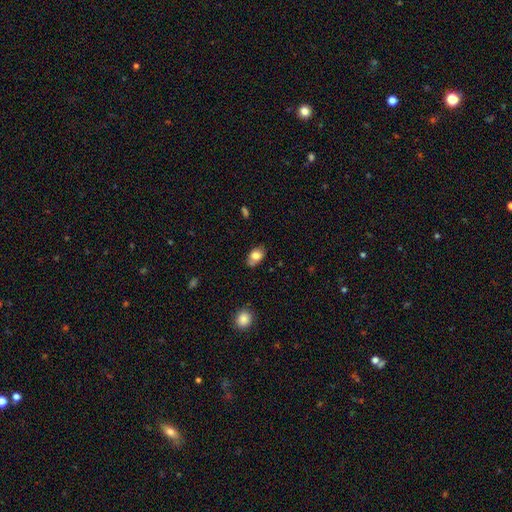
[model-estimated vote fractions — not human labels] A smooth galaxy with no disk features (79%) that is in between round and cigar-shaped (81%). Merging: none (64%).